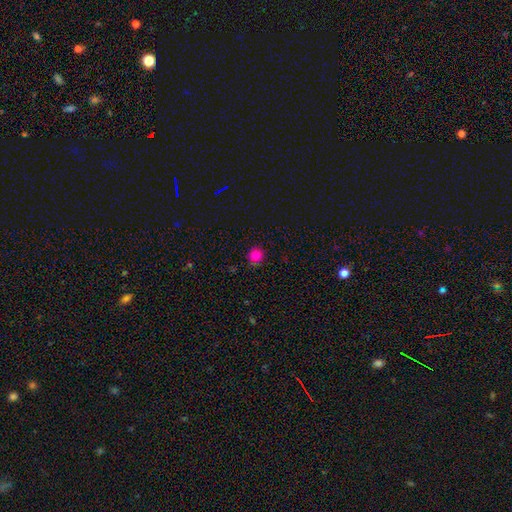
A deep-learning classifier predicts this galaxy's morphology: A smooth galaxy with no disk features (82%) that is round (86%). Merging: none (87%).